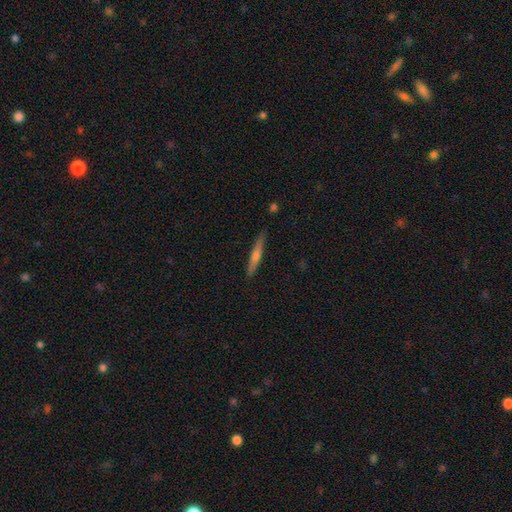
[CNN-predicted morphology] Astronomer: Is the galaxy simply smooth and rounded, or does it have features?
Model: featured or disk — 51% (runner-up: smooth, 43%).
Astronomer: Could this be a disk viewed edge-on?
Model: yes — 97%.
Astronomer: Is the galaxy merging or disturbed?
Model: none — 88%.